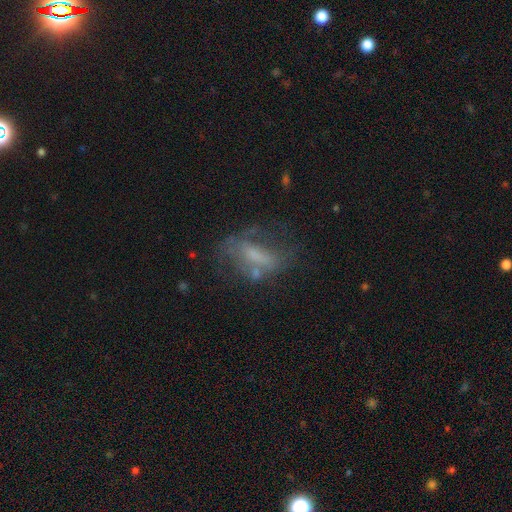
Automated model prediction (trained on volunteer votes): This is possibly a featured or disk galaxy (47%). Merging: marginally none (42%).